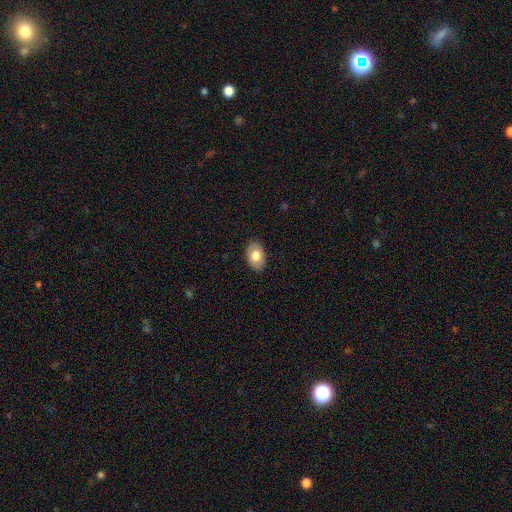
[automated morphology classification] Smooth or featured? Predicted: smooth (p=0.70). How rounded? Predicted: in between (p=0.86). Merging? Predicted: none (p=0.86).